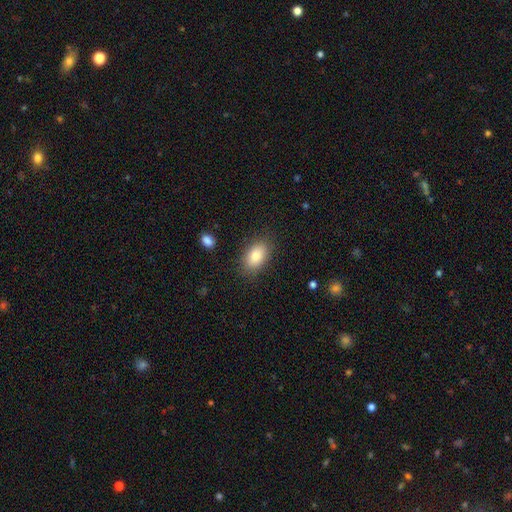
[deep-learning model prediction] Overall: smooth (84%). How rounded: in between (90%). Merging: none (86%).